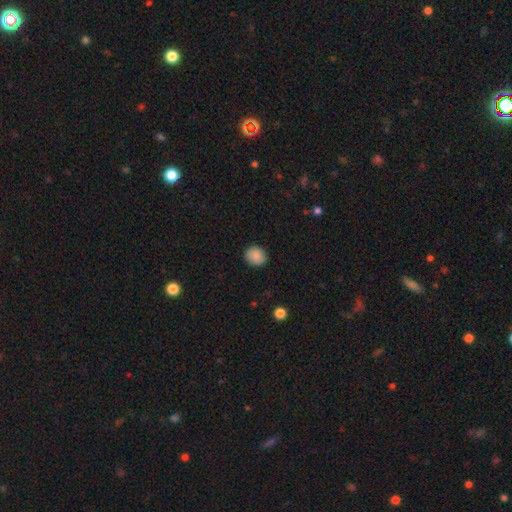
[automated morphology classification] smooth 86%, star or artifact 8%, featured or disk 6%. Down the decision tree: how rounded — round (79%); merging — none (87%).